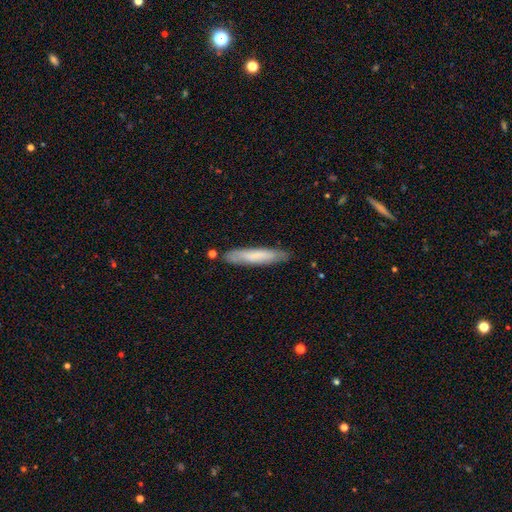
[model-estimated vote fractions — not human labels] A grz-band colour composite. It shows a smooth galaxy with no disk features (67%) that is cigar-shaped (89%). Merging: none (82%).